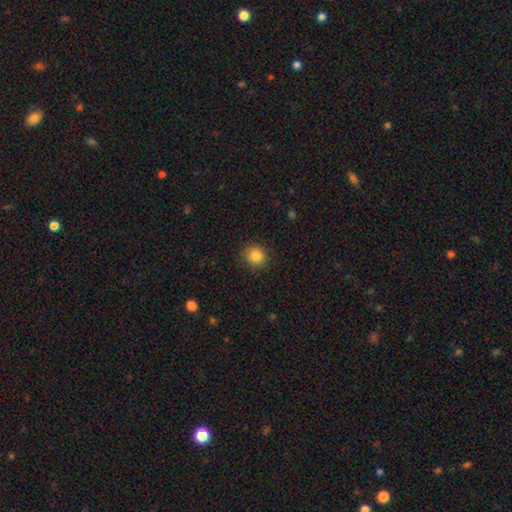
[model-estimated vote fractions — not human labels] The model was most divided on "how rounded": round: 85%, in between: 14%, cigar-shaped: 1%. More confident: merging — none (89%); smooth or featured — smooth (85%).